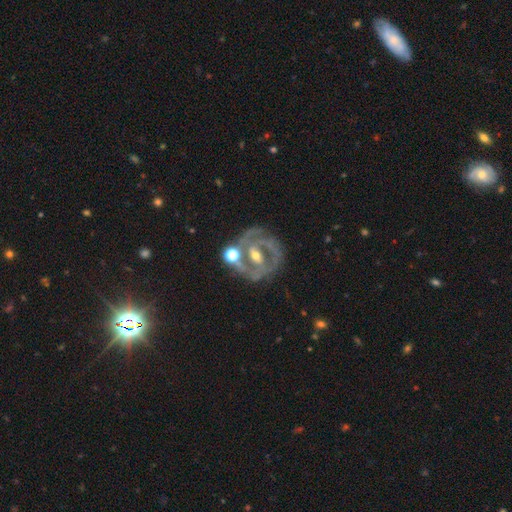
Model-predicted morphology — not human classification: smooth_or_featured: featured or disk (p=0.83) [alt: smooth p=0.09]
disk_edge_on: no (p=0.96) [alt: yes p=0.04]
bar: strong (p=0.40) [alt: weak p=0.38]
has_spiral_arms: yes (p=0.86) [alt: no p=0.14]
spiral_winding: tight (p=0.56) [alt: medium p=0.35]
spiral_arm_count: 2 (p=0.57) [alt: can't tell p=0.19]
bulge_size: moderate (p=0.53) [alt: small p=0.42]
merging: none (p=0.62) [alt: minor disturbance p=0.18]